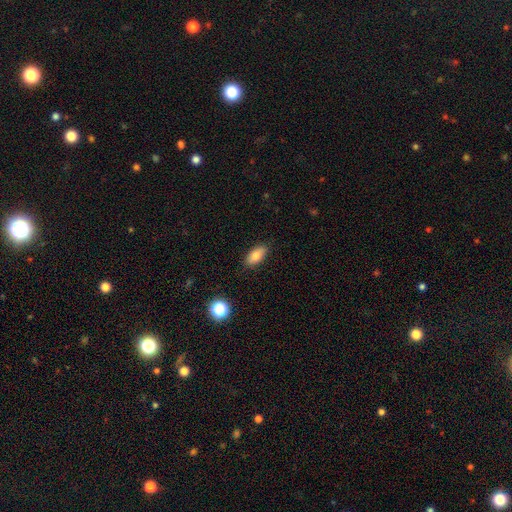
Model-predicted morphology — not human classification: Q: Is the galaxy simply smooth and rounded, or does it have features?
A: smooth — 77%.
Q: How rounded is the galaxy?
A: in between — 86%.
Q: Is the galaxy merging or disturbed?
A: none — 86%.